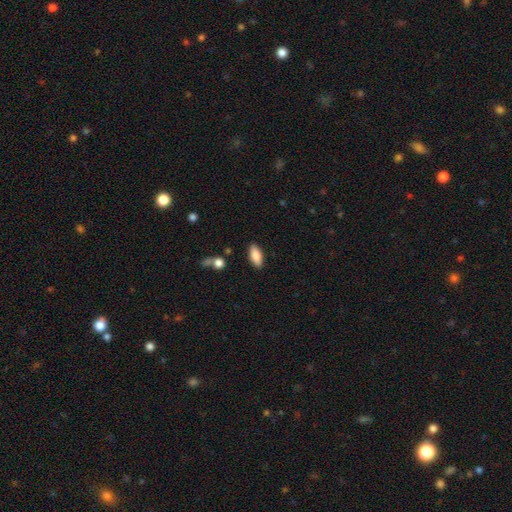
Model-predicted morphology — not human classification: Overall: smooth (82%). How rounded: in between (82%). Merging: none (85%).